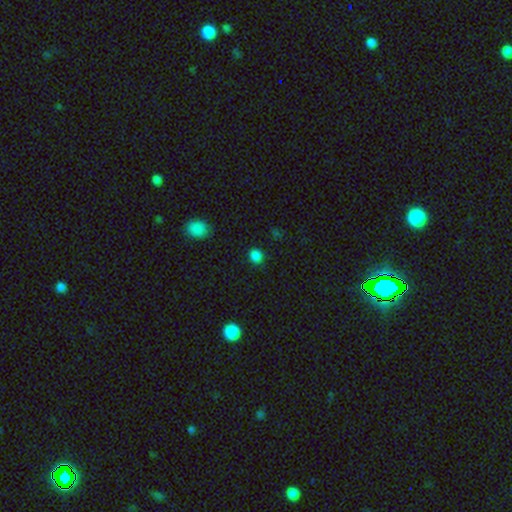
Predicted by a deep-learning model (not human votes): Morphology: type=smooth (83%); roundness=round (78%); merging=none (86%).